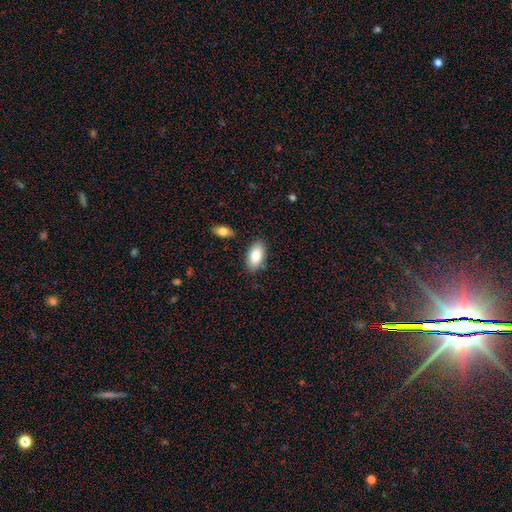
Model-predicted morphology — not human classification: A smooth galaxy with no disk features (83%) that is in between round and cigar-shaped (94%). Merging: none (83%).